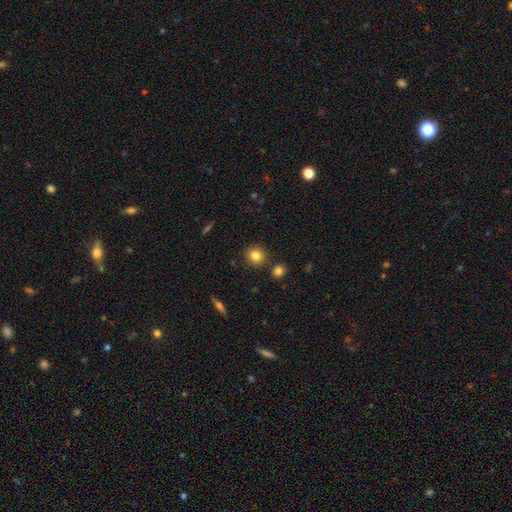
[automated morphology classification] smooth-or-featured: smooth: 83% | star or artifact: 10% | featured or disk: 7%
  how-rounded: round: 88% | in between: 11% | cigar-shaped: 1%
  merging: none: 86% | minor disturbance: 7% | merger: 5% | major disturbance: 2%